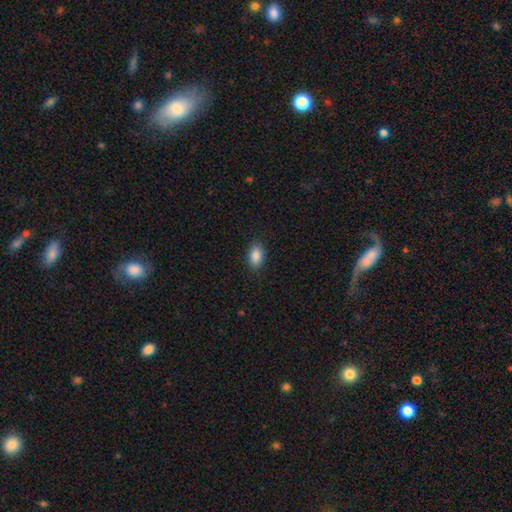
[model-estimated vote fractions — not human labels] This appears to be a smooth galaxy with no disk features (88%) that is in between round and cigar-shaped (90%). Merging: none (88%).